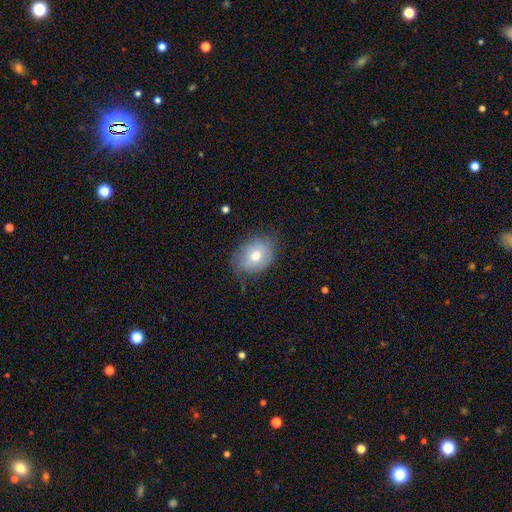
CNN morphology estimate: This appears to be a smooth galaxy with no disk features (69%) that is in between round and cigar-shaped (63%). Merging: none (71%).